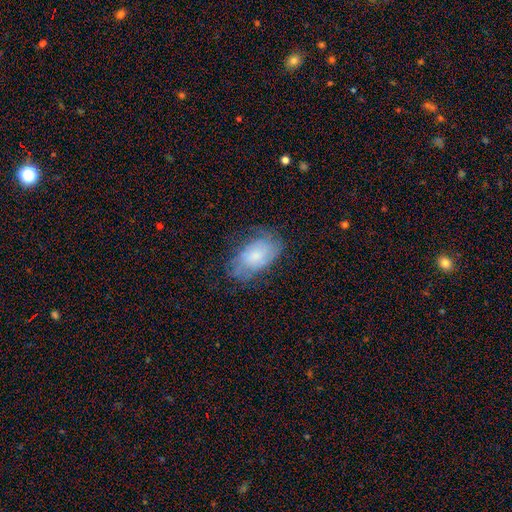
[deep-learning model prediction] A smooth galaxy with no disk features (47%).

Vote fractions:
- Smooth or featured? smooth: 47% / featured or disk: 44% / star or artifact: 9%
- Merging? none: 58% / minor disturbance: 27% / major disturbance: 14% / merger: 2%